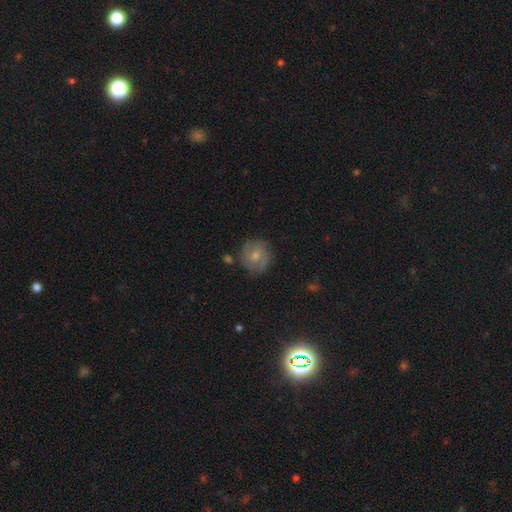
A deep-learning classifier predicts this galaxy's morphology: featured or disk 50%, smooth 42%, star or artifact 8%. Down the decision tree: edge-on disk — no (97%); merging — none (74%).